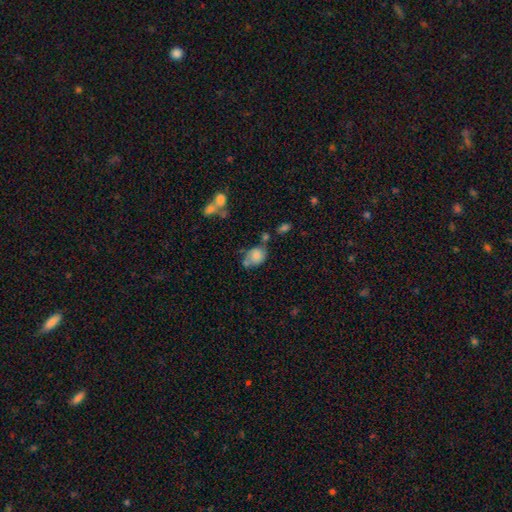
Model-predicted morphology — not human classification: A smooth galaxy with no disk features (68%) that is in between round and cigar-shaped (56%).

Vote fractions:
- Smooth or featured? smooth: 68% / featured or disk: 23% / star or artifact: 9%
- How rounded? in between: 56% / round: 42% / cigar-shaped: 1%
- Merging? none: 37% / minor disturbance: 27% / merger: 22% / major disturbance: 14%